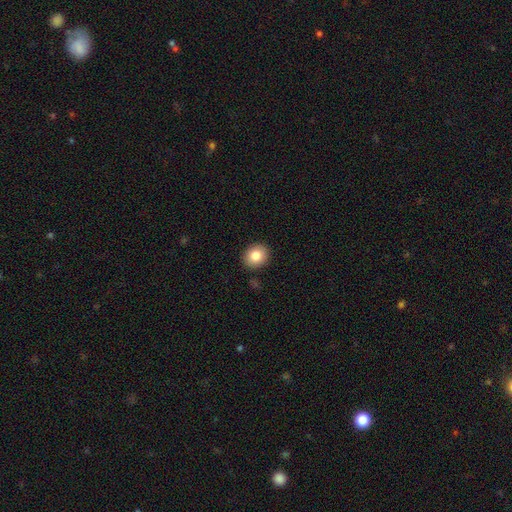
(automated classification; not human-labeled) A smooth galaxy with no disk features (83%) that is round (66%). Merging: none (90%).